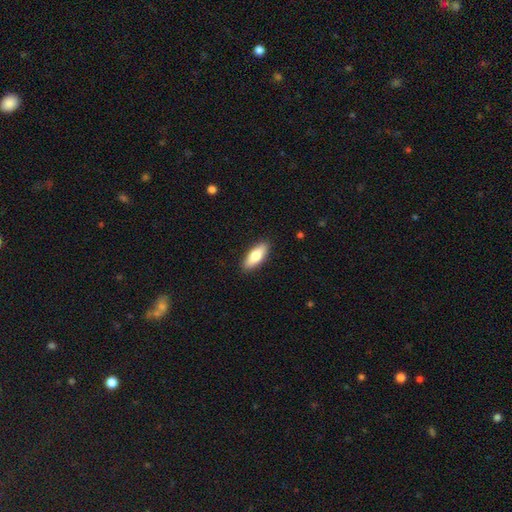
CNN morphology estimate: Smooth or featured? smooth (75%)
How rounded? in between (69%)
Merging? none (90%)